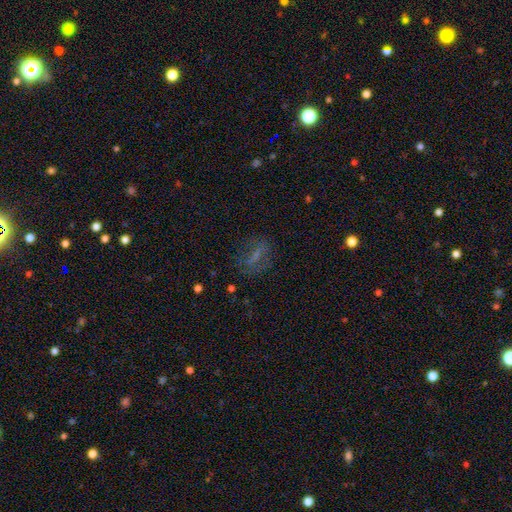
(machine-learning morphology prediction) Smooth or featured: smooth — 43% (featured or disk — 36%)
Merging: none — 69% (minor disturbance — 16%)